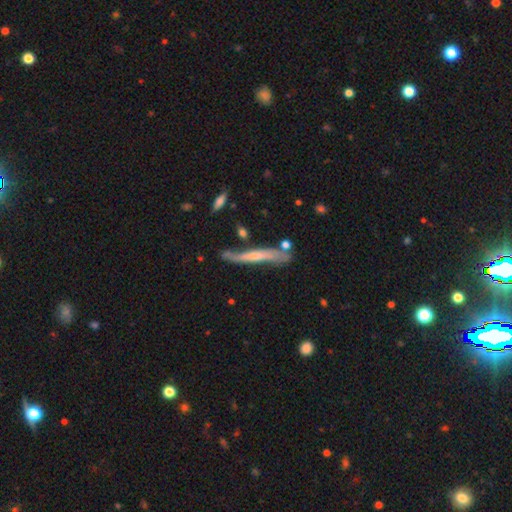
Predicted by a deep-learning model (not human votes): The model was most divided on "smooth or featured": featured or disk: 55%, smooth: 38%, star or artifact: 7%. More confident: edge-on disk — yes (81%); merging — none (58%).